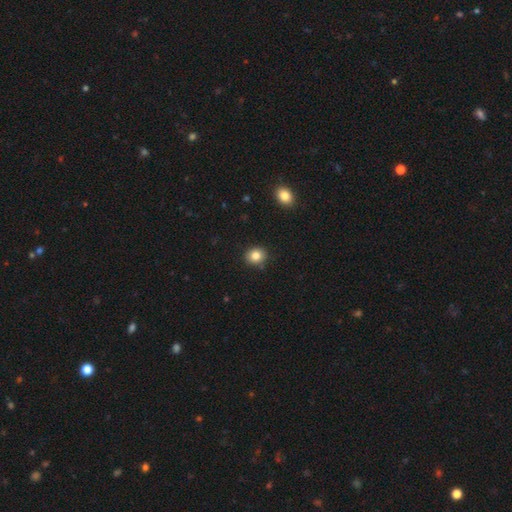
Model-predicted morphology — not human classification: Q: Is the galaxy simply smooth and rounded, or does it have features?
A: smooth — 83%.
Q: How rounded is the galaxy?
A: round — 72%.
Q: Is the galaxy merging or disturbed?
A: none — 88%.